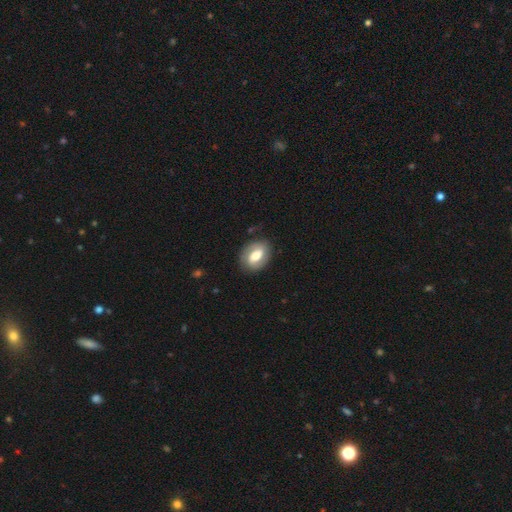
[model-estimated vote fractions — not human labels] smooth_or_featured: featured or disk (p=0.52) [alt: smooth p=0.42]
disk_edge_on: no (p=0.95) [alt: yes p=0.05]
merging: none (p=0.81) [alt: minor disturbance p=0.13]